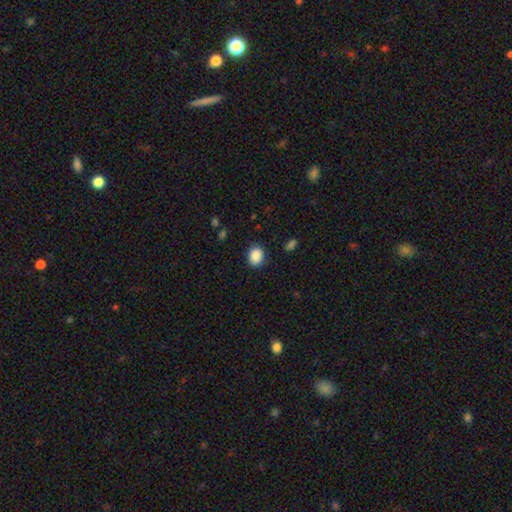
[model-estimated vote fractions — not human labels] Smooth or featured? smooth (89%)
How rounded? in between (53%)
Merging? none (85%)